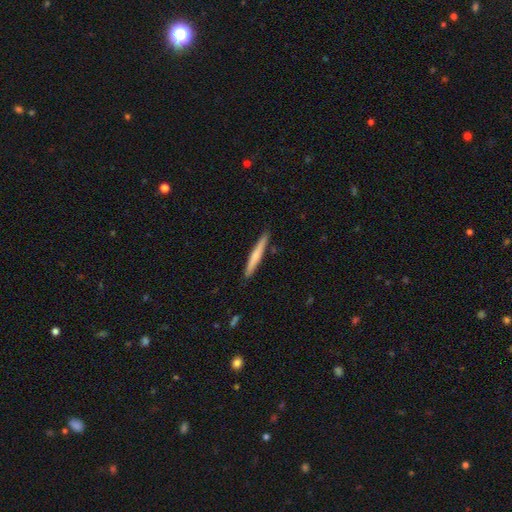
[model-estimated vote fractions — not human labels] A smooth galaxy with no disk features (60%) that is cigar-shaped (96%).

Vote fractions:
- Smooth or featured? smooth: 60% / featured or disk: 35% / star or artifact: 5%
- How rounded? cigar-shaped: 96% / in between: 3% / round: 1%
- Merging? none: 89% / minor disturbance: 8% / merger: 1% / major disturbance: 1%